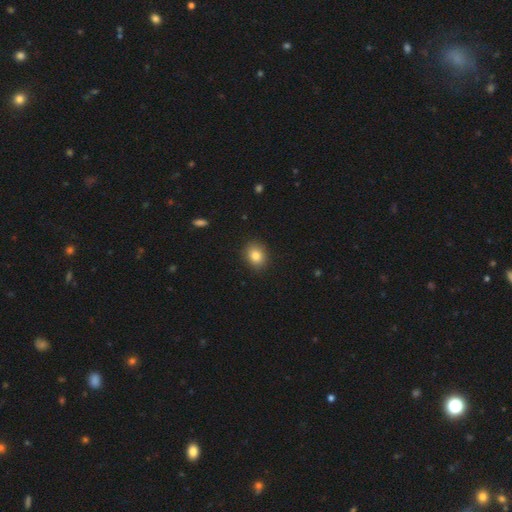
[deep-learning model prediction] smooth-or-featured: smooth: 83% | star or artifact: 10% | featured or disk: 7%
  how-rounded: round: 53% | in between: 46% | cigar-shaped: 1%
  merging: none: 88% | minor disturbance: 8% | major disturbance: 2% | merger: 1%